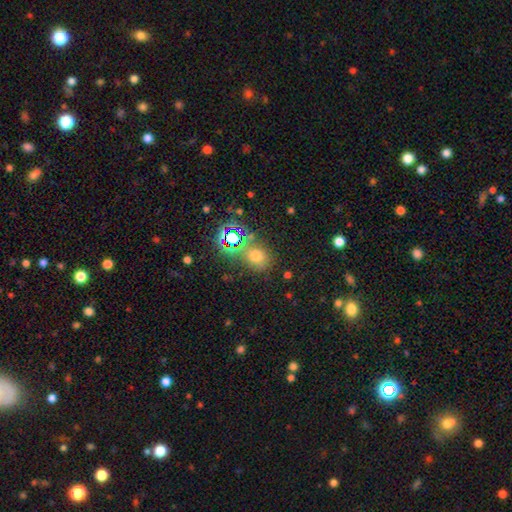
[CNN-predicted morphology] smooth-or-featured: smooth: 57% | star or artifact: 34% | featured or disk: 9%
  how-rounded: round: 63% | in between: 35% | cigar-shaped: 1%
  merging: none: 67% | minor disturbance: 14% | merger: 13% | major disturbance: 6%